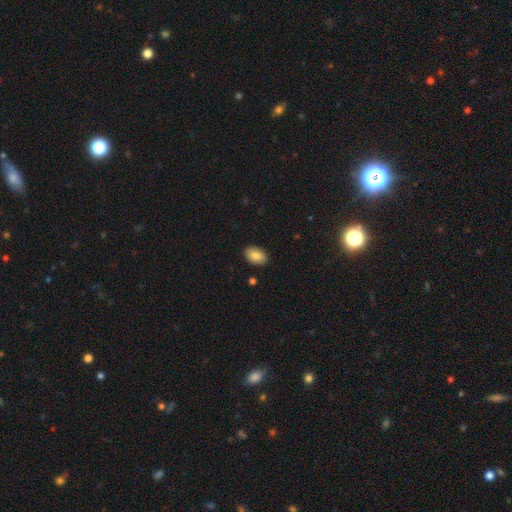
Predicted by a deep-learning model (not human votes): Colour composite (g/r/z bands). It shows a smooth galaxy with no disk features (86%) that is in between round and cigar-shaped (91%). Merging: none (89%).